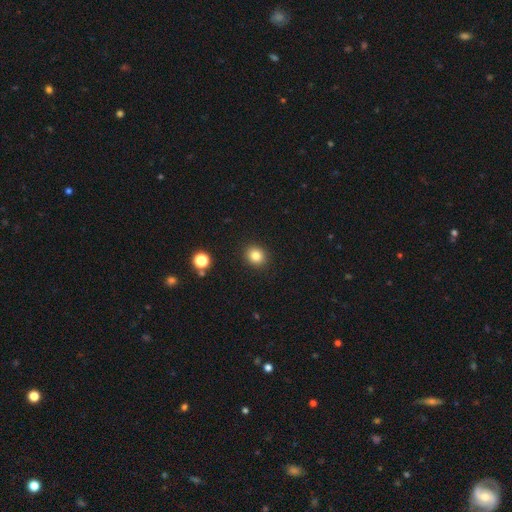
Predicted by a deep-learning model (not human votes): Smooth or featured?
  - smooth: 82% *
  - star or artifact: 12%
  - featured or disk: 6%
How rounded?
  - round: 75% *
  - in between: 25%
  - cigar-shaped: 1%
Merging?
  - none: 91% *
  - minor disturbance: 6%
  - major disturbance: 2%
  - merger: 1%